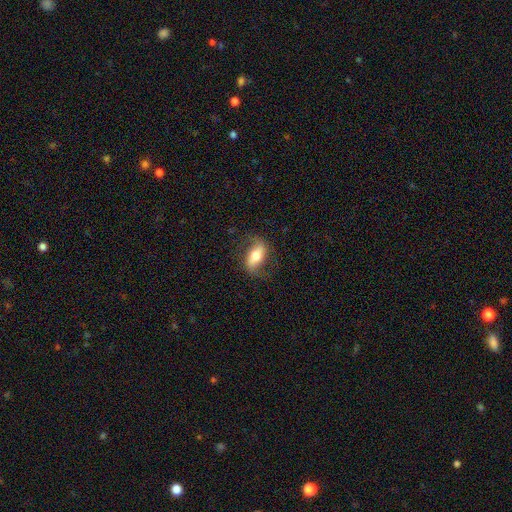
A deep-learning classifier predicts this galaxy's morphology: smooth-or-featured: featured or disk: 55% | smooth: 38% | star or artifact: 7%
  disk-edge-on: no: 85% | yes: 15%
  merging: none: 73% | minor disturbance: 17% | major disturbance: 9% | merger: 1%